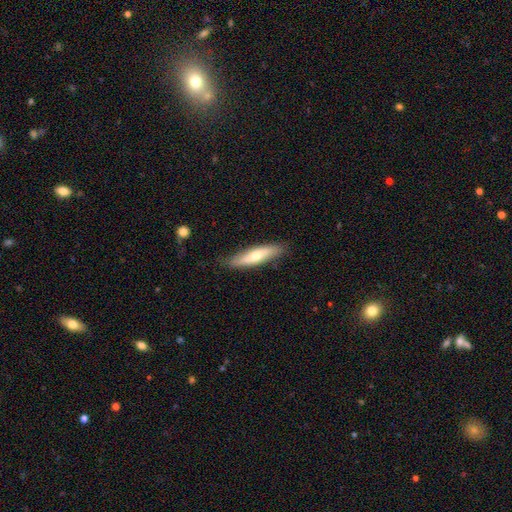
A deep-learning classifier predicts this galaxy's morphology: A smooth galaxy with no disk features (57%) that is cigar-shaped (75%). Merging: none (82%).